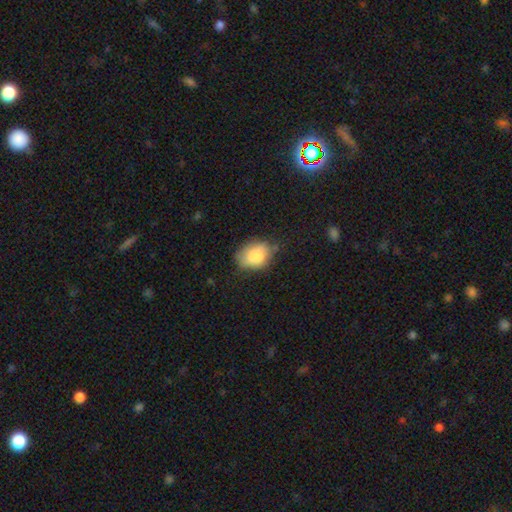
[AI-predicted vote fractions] This is likely a smooth galaxy (77%). How rounded: likely in between (68%). Merging: possibly none (52%).